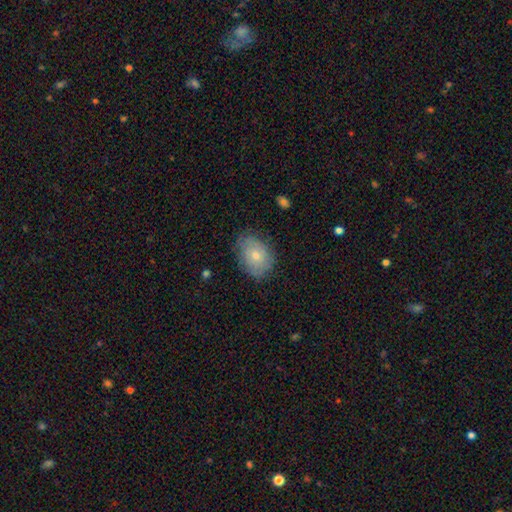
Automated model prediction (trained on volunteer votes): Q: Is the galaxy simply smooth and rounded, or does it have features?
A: smooth — 66%.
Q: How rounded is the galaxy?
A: in between — 76%.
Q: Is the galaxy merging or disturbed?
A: none — 74%.